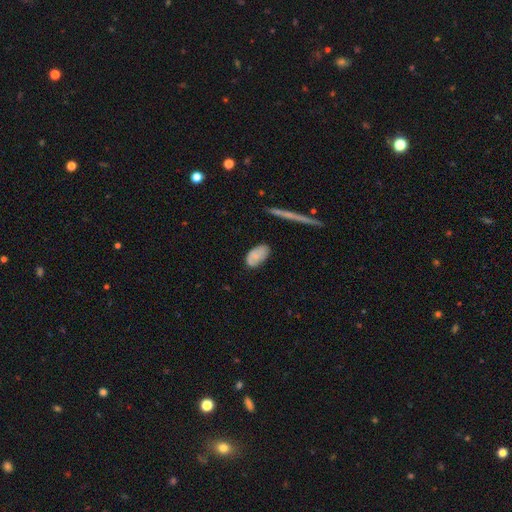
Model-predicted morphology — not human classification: This is likely a smooth galaxy (70%). How rounded: clearly in between (93%). Merging: likely none (71%).